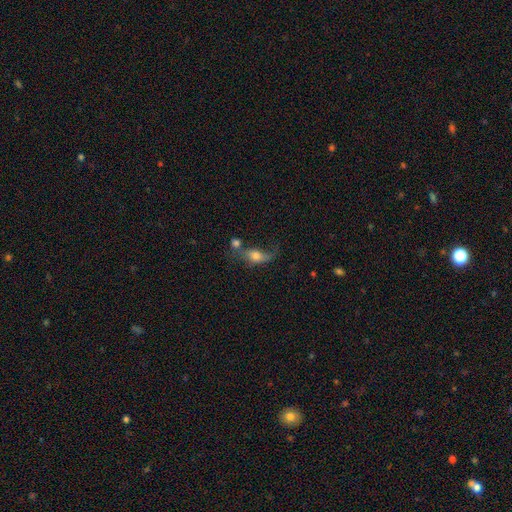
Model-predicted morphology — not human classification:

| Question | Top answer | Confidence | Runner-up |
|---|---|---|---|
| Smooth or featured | smooth | 54% | featured or disk (34%) |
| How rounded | in between | 72% | round (16%) |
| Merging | merger | 31% | none (26%) |